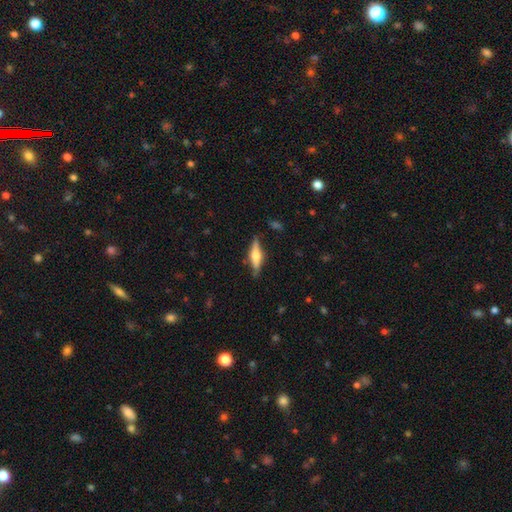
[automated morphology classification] The model was most divided on "smooth or featured": featured or disk: 60%, smooth: 34%, star or artifact: 6%. More confident: edge-on disk — yes (95%); edge-on bulge — rounded (85%); merging — none (83%).